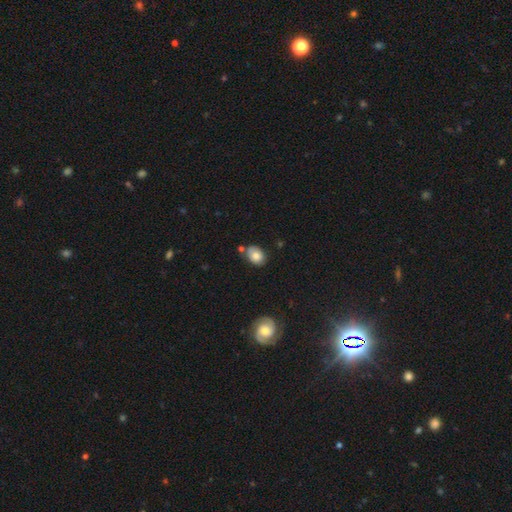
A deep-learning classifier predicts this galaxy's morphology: Smooth or featured?
  - smooth: 79% *
  - featured or disk: 14%
  - star or artifact: 8%
How rounded?
  - in between: 73% *
  - round: 25%
  - cigar-shaped: 1%
Merging?
  - none: 64% *
  - minor disturbance: 21%
  - merger: 11%
  - major disturbance: 4%